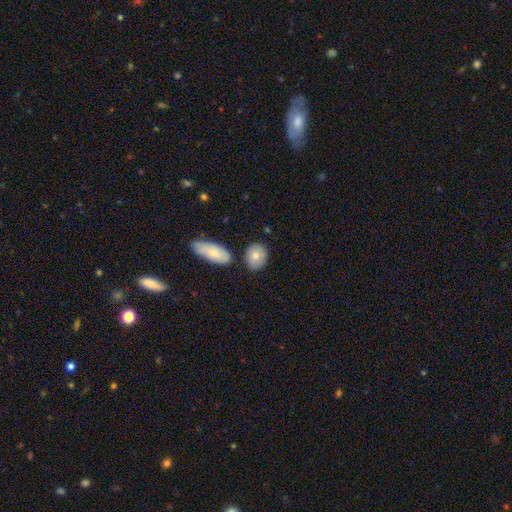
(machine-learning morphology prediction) smooth-or-featured: smooth: 80% | featured or disk: 13% | star or artifact: 7%
  how-rounded: round: 51% | in between: 46% | cigar-shaped: 2%
  merging: none: 75% | minor disturbance: 12% | merger: 10% | major disturbance: 3%